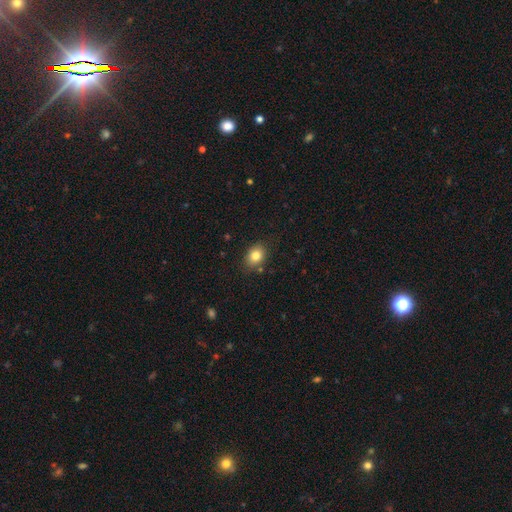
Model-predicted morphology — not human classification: This is clearly a smooth galaxy (82%). How rounded: likely in between (61%). Merging: clearly none (82%).